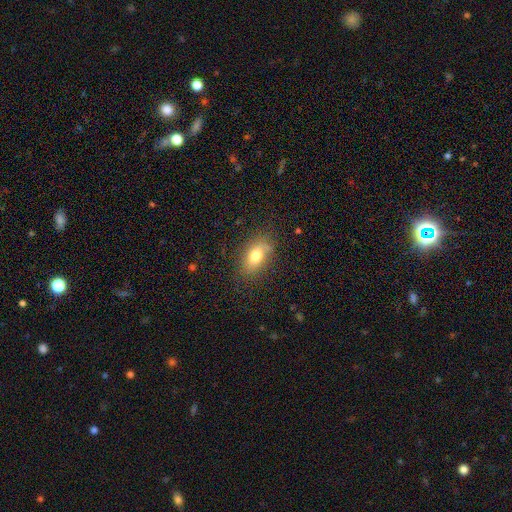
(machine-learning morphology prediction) Smooth or featured: smooth — 75% (featured or disk — 15%)
How rounded: in between — 85% (round — 11%)
Merging: none — 78% (minor disturbance — 16%)